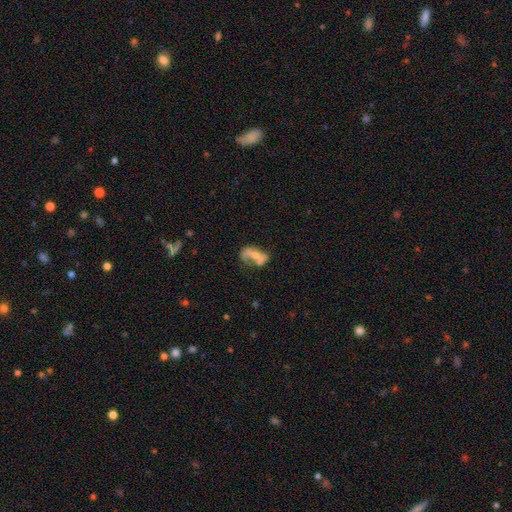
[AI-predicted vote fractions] Morphology: type=featured or disk (52%); edge-on=no (91%); merging=none (31%).